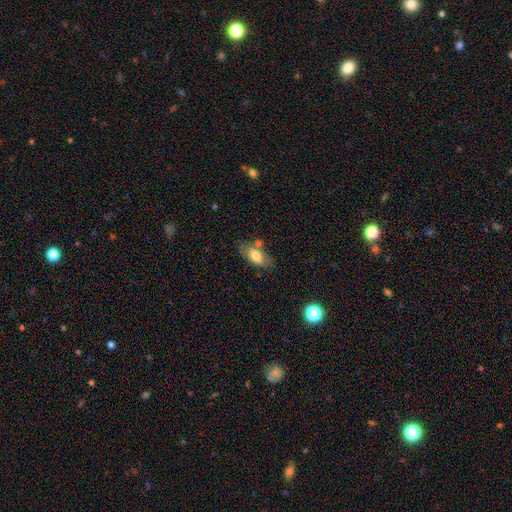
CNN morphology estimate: Overall: smooth (65%; featured or disk 28%). How rounded: in between (88%). Merging: none (65%).